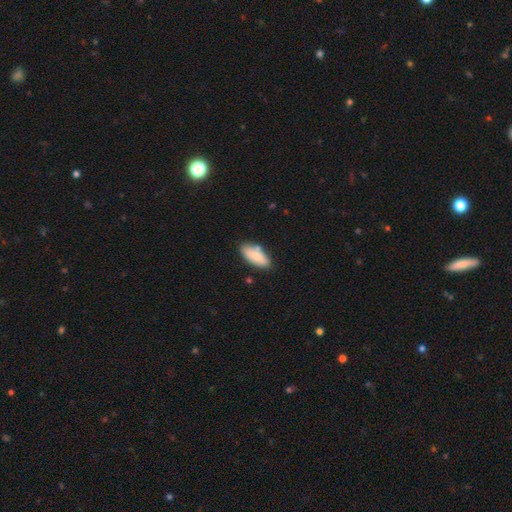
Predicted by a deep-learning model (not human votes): smooth-or-featured: smooth: 84% | featured or disk: 10% | star or artifact: 6%
  how-rounded: in between: 86% | cigar-shaped: 12% | round: 2%
  merging: none: 75% | minor disturbance: 16% | merger: 5% | major disturbance: 3%